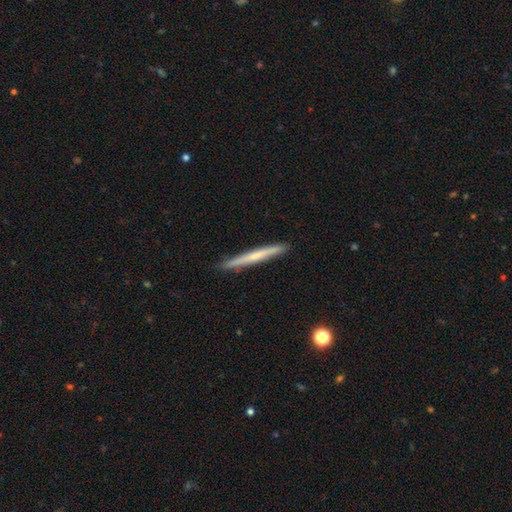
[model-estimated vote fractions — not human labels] Overall: smooth (47%, tied with featured or disk). Merging: none (92%).